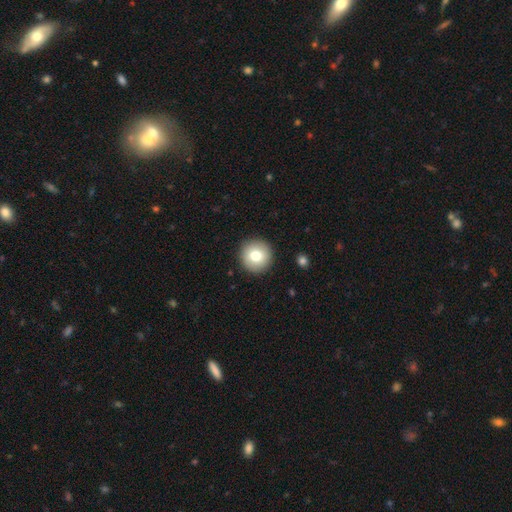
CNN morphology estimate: Smooth or featured? Predicted: smooth (p=0.79). How rounded? Predicted: round (p=0.96). Merging? Predicted: none (p=0.92).